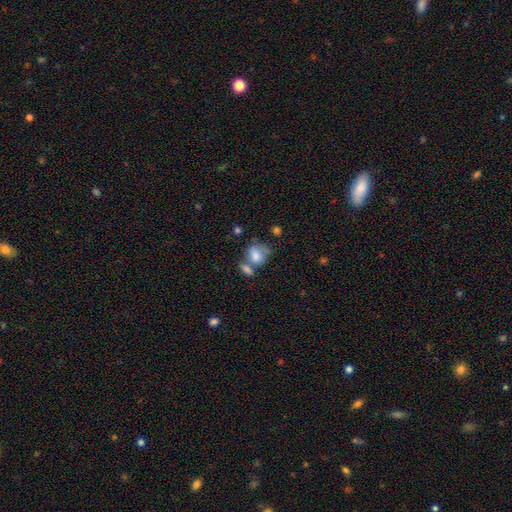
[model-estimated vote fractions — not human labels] Smooth or featured?
  - smooth: 75% *
  - featured or disk: 17%
  - star or artifact: 9%
How rounded?
  - in between: 58% *
  - round: 40%
  - cigar-shaped: 2%
Merging?
  - merger: 41% *
  - none: 31%
  - minor disturbance: 17%
  - major disturbance: 11%